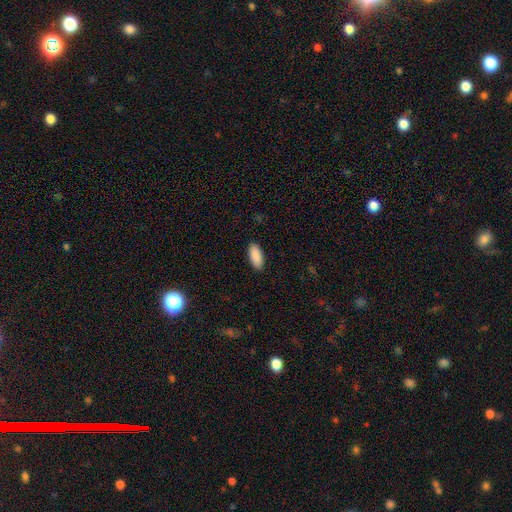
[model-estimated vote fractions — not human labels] Smooth or featured: smooth — 91% (star or artifact — 6%)
How rounded: in between — 89% (cigar-shaped — 9%)
Merging: none — 90% (minor disturbance — 7%)